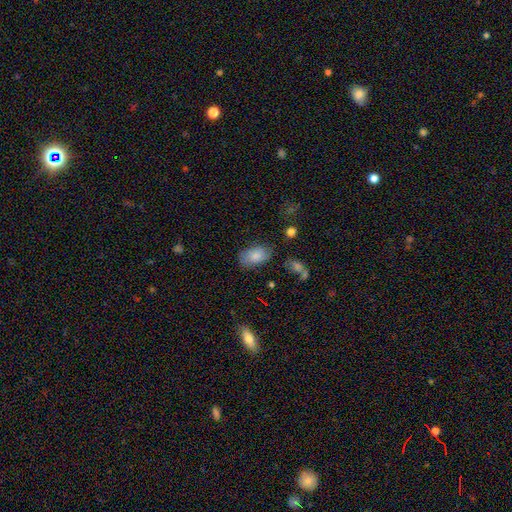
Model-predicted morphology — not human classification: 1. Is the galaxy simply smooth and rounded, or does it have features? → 82% smooth, 11% featured or disk, 7% star or artifact.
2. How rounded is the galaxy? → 92% in between, 6% round, 2% cigar-shaped.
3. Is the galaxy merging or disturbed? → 72% none, 20% minor disturbance, 5% major disturbance, 2% merger.